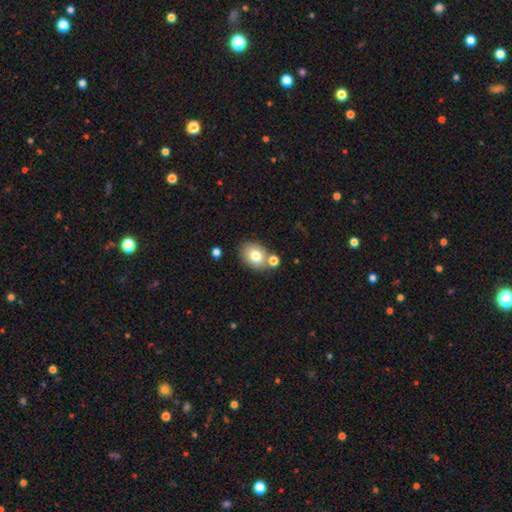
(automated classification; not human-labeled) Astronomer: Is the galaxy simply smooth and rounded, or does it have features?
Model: smooth — 77%.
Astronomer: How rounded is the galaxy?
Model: in between — 58% (runner-up: round, 41%).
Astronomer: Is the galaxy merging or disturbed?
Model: none — 69%.